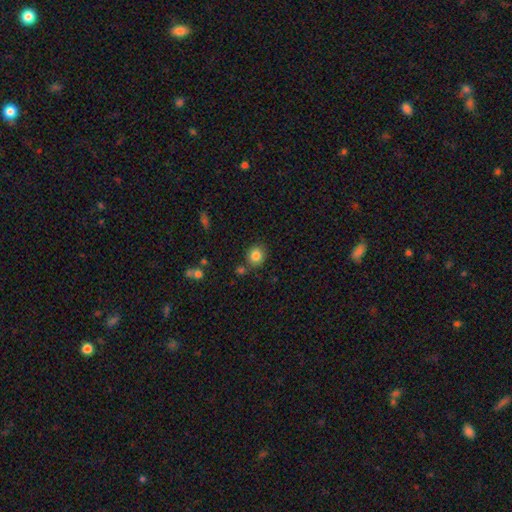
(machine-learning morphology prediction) type=smooth (84%); roundness=round (74%); merging=none (79%).